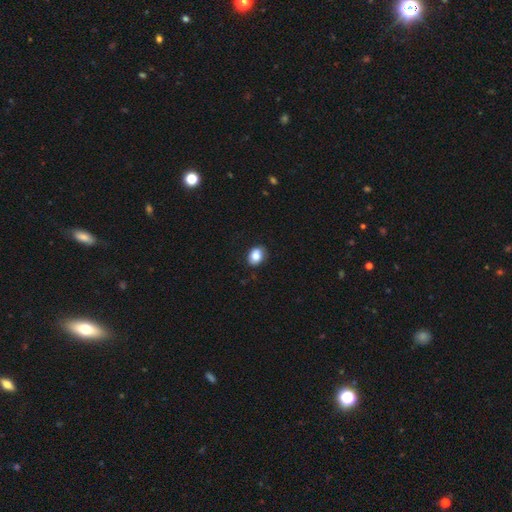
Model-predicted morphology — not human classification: This is clearly a smooth galaxy (83%). How rounded: likely in between (61%). Merging: clearly none (82%).